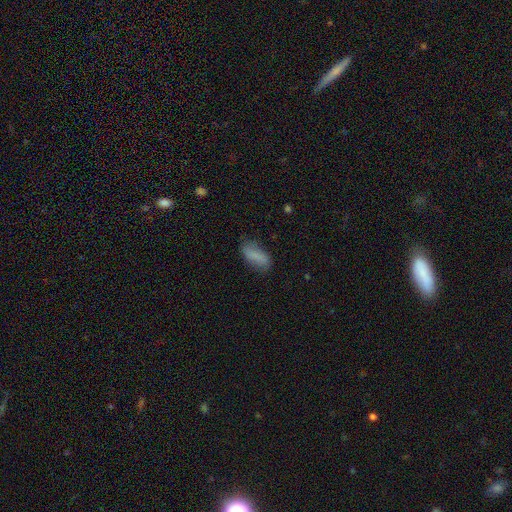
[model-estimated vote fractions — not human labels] This is clearly a smooth galaxy (80%). How rounded: clearly in between (82%). Merging: likely none (70%).